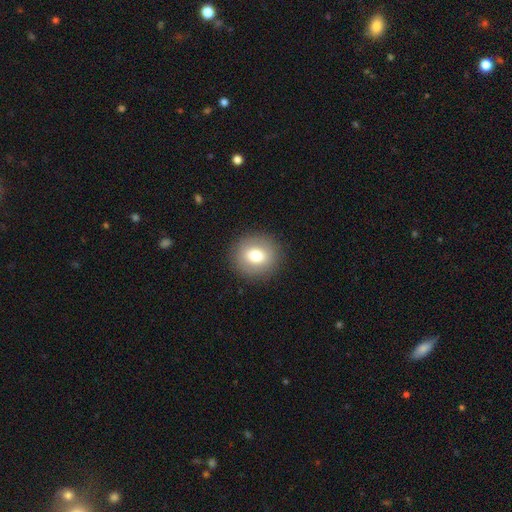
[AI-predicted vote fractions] Smooth or featured: smooth — 74% (featured or disk — 17%)
How rounded: round — 87% (in between — 12%)
Merging: none — 90% (minor disturbance — 6%)